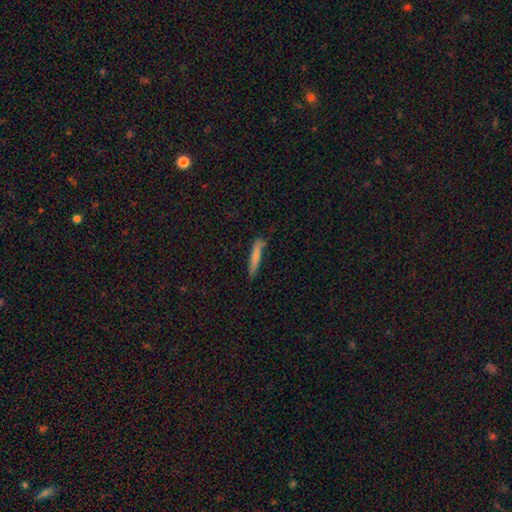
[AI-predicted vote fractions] Smooth or featured?
  - smooth: 75% *
  - featured or disk: 18%
  - star or artifact: 7%
How rounded?
  - cigar-shaped: 92% *
  - in between: 6%
  - round: 1%
Merging?
  - none: 76% *
  - minor disturbance: 18%
  - major disturbance: 3%
  - merger: 3%